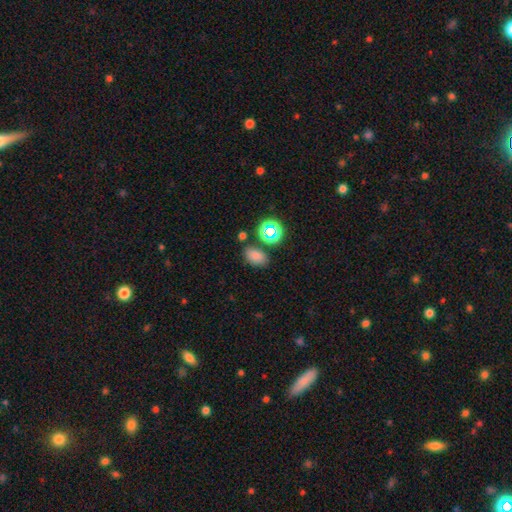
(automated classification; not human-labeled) This appears to be a smooth galaxy with no disk features (74%) that is in between round and cigar-shaped (83%). Merging: none (75%).